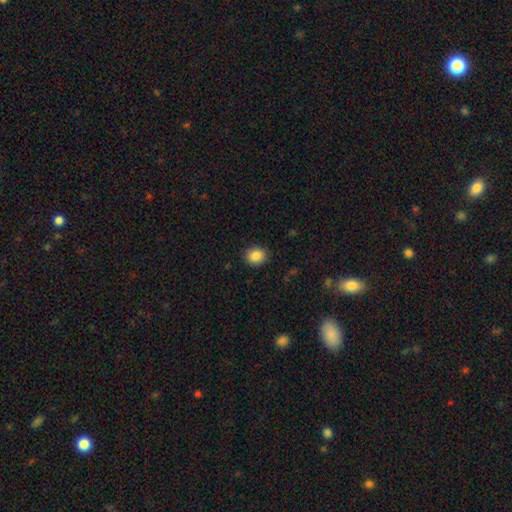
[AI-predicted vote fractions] smooth-or-featured: smooth: 87% | star or artifact: 8% | featured or disk: 5%
  how-rounded: round: 50% | in between: 49% | cigar-shaped: 1%
  merging: none: 89% | minor disturbance: 8% | major disturbance: 2% | merger: 1%